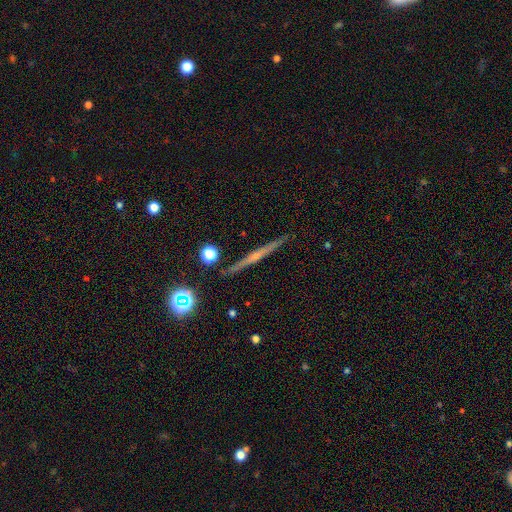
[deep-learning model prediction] Smooth or featured? featured or disk (70%)
Edge-on disk? yes (98%)
Edge-on bulge? rounded (52%)
Merging? none (91%)